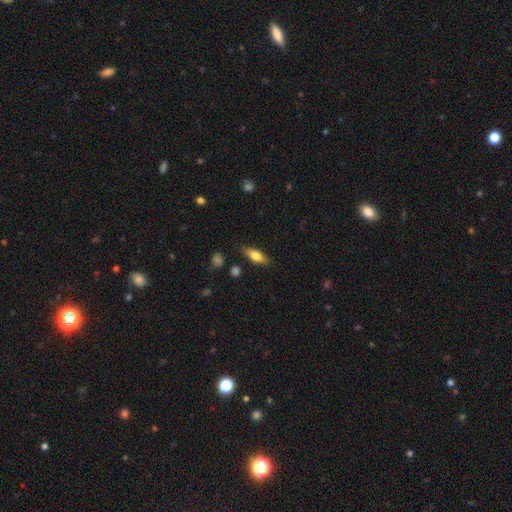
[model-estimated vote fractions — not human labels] A smooth galaxy with no disk features (61%) that is in between round and cigar-shaped (63%). Merging: none (83%).